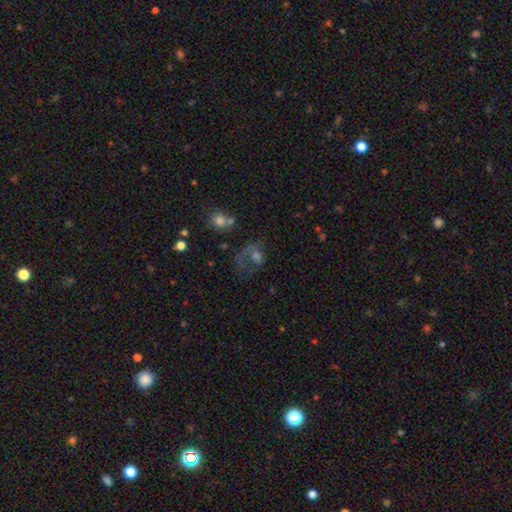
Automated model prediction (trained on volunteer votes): Smooth or featured: featured or disk — 45% (smooth — 35%)
Merging: major disturbance — 48% (none — 29%)